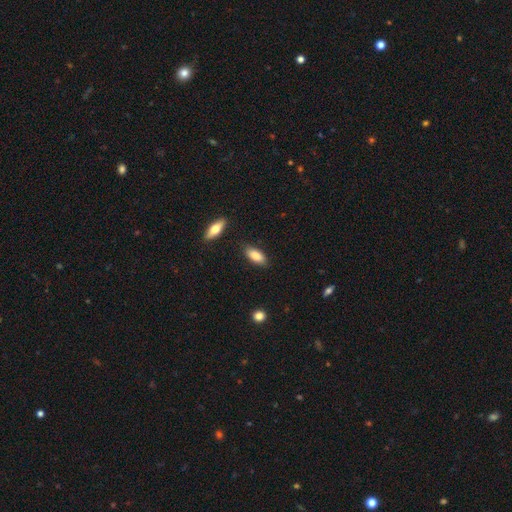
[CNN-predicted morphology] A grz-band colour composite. It shows a smooth galaxy with no disk features (84%) that is in between round and cigar-shaped (81%). Merging: none (84%).